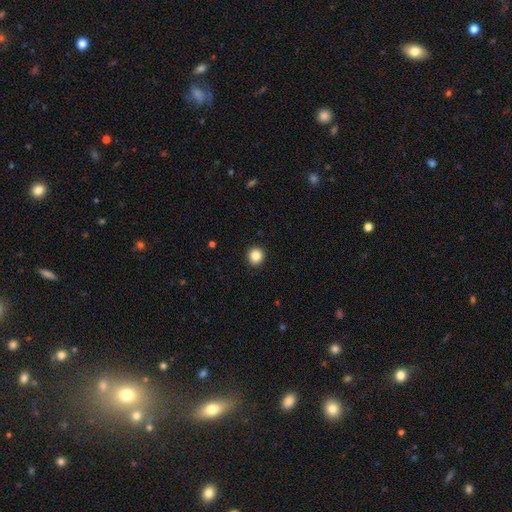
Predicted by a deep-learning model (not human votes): smooth_or_featured: smooth (p=0.86) [alt: star or artifact p=0.10]
how_rounded: round (p=0.92) [alt: in between p=0.07]
merging: none (p=0.91) [alt: minor disturbance p=0.07]